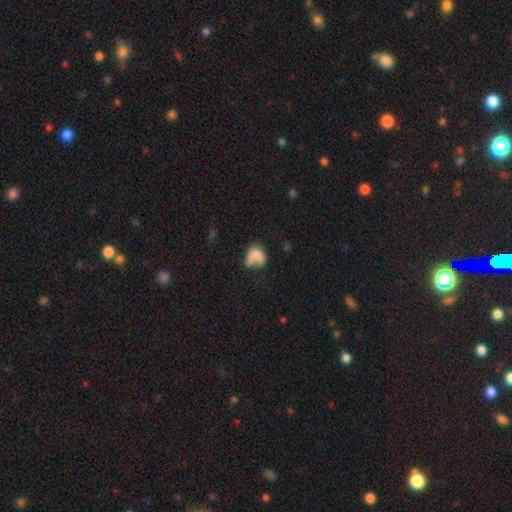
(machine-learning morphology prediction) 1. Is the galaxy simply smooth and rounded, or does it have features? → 65% smooth, 24% featured or disk, 11% star or artifact.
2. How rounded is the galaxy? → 66% in between, 33% round, 2% cigar-shaped.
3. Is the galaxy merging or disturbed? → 30% major disturbance, 29% none, 23% minor disturbance, 18% merger.